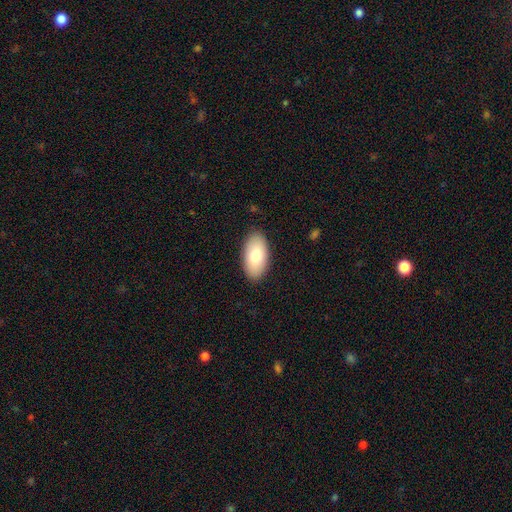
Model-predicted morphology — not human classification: This appears to be a smooth galaxy with no disk features (80%) that is in between round and cigar-shaped (95%). Merging: none (88%).